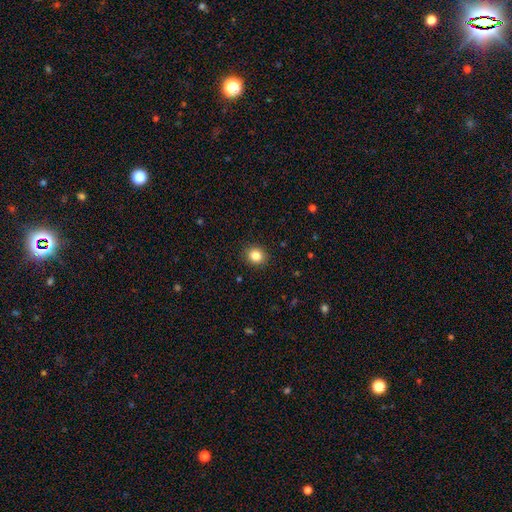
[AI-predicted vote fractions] This is clearly a smooth galaxy (85%). How rounded: likely round (79%). Merging: clearly none (90%).